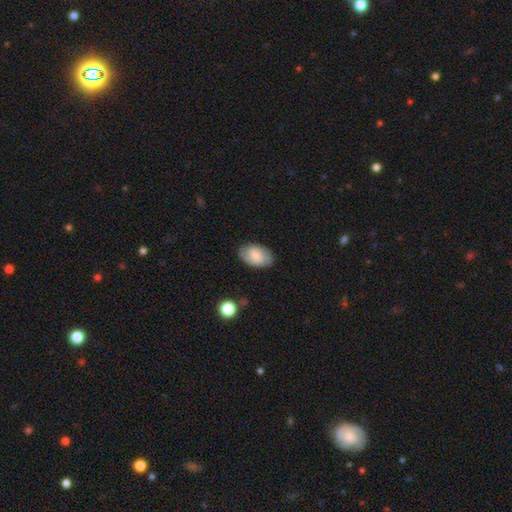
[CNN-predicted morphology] smooth_or_featured: smooth (p=0.57) [alt: featured or disk p=0.36]
how_rounded: in between (p=0.92) [alt: round p=0.07]
merging: none (p=0.80) [alt: minor disturbance p=0.15]